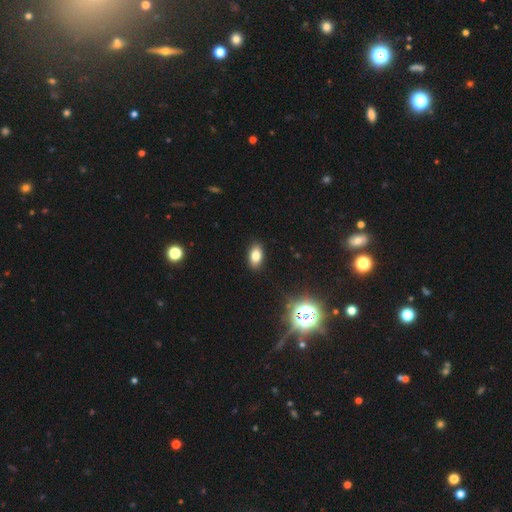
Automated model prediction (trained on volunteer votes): A smooth galaxy with no disk features (79%) that is in between round and cigar-shaped (90%). Merging: none (89%).